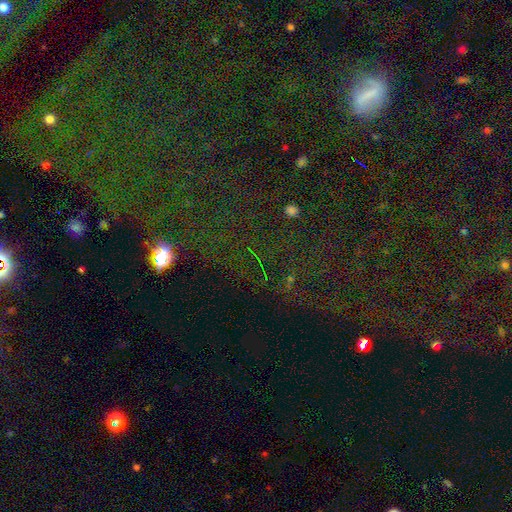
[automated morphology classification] Smooth or featured?
  - star or artifact: 75% *
  - smooth: 16%
  - featured or disk: 10%